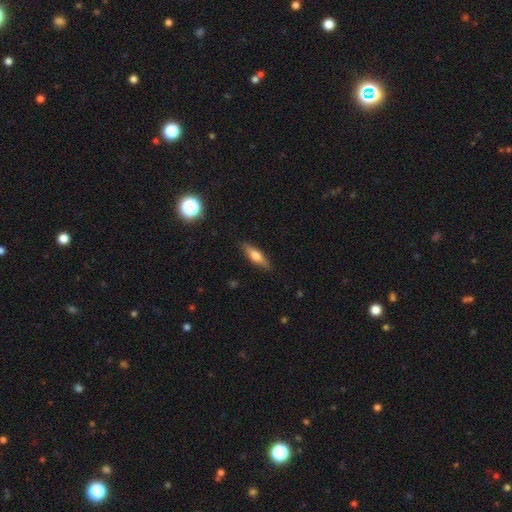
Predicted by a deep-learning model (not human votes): smooth-or-featured: smooth: 55% | featured or disk: 38% | star or artifact: 7%
  how-rounded: cigar-shaped: 61% | in between: 37% | round: 3%
  merging: none: 87% | minor disturbance: 10% | major disturbance: 2% | merger: 1%